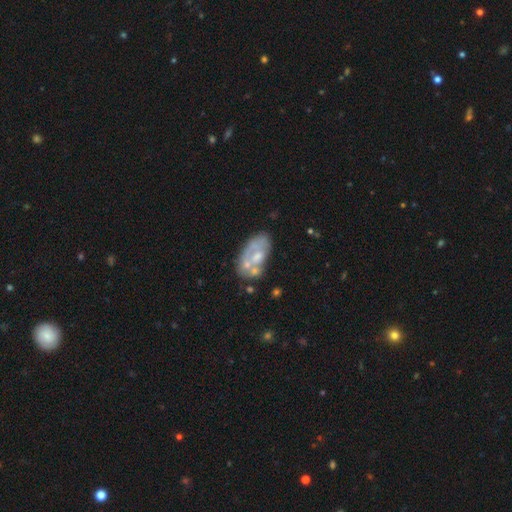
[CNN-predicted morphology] Smooth or featured? featured or disk (57%)
Edge-on disk? no (95%)
Bar? no (82%)
Spiral arms? no (78%)
Bulge size? moderate (42%)
Merging? none (44%)